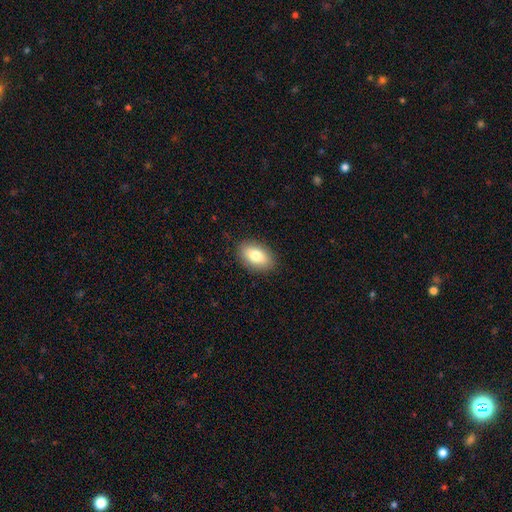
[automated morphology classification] smooth 80%, featured or disk 13%, star or artifact 7%. Down the decision tree: how rounded — in between (91%); merging — none (88%).